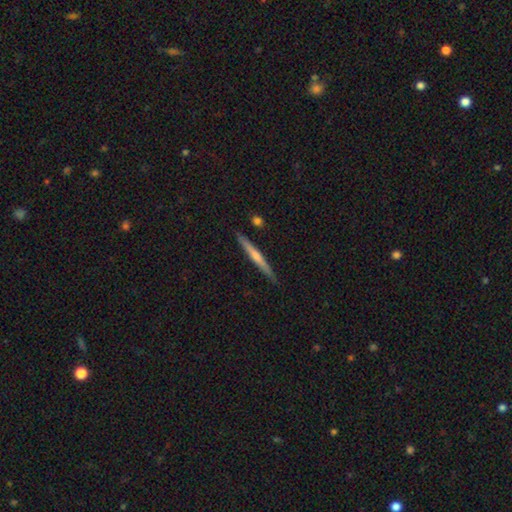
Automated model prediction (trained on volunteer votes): Smooth or featured: featured or disk — 56% (smooth — 39%)
Edge-on disk: yes — 98% (no — 2%)
Edge-on bulge: rounded — 56% (none — 38%)
Merging: none — 90% (minor disturbance — 7%)